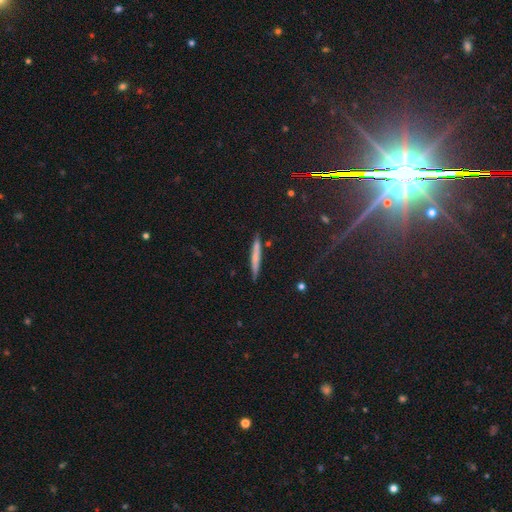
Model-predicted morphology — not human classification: Overall: smooth (57%; featured or disk 35%). How rounded: cigar-shaped (95%). Merging: none (87%).